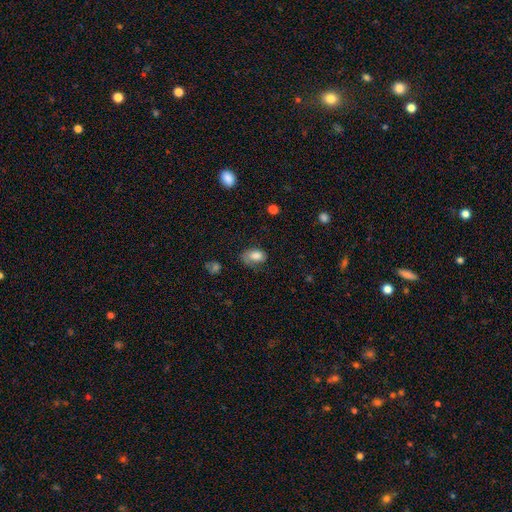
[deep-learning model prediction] smooth_or_featured: smooth (p=0.79) [alt: featured or disk p=0.13]
how_rounded: in between (p=0.87) [alt: round p=0.11]
merging: none (p=0.51) [alt: minor disturbance p=0.31]